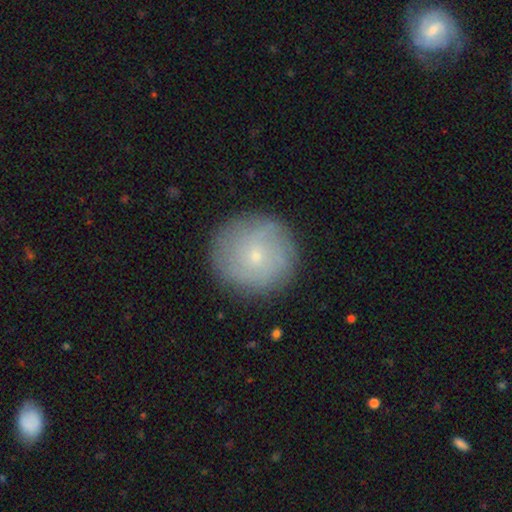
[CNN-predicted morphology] A smooth galaxy with no disk features (52%) that is round (94%).

Vote fractions:
- Smooth or featured? smooth: 52% / featured or disk: 39% / star or artifact: 9%
- How rounded? round: 94% / in between: 5% / cigar-shaped: 1%
- Merging? none: 86% / minor disturbance: 10% / major disturbance: 3% / merger: 1%